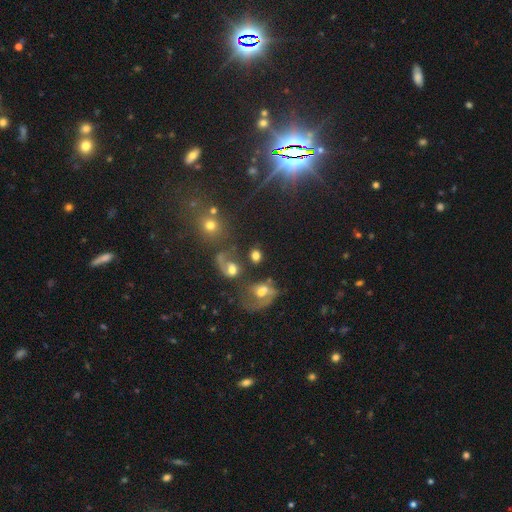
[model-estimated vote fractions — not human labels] smooth-or-featured: smooth: 66% | featured or disk: 18% | star or artifact: 16%
  how-rounded: round: 51% | in between: 47% | cigar-shaped: 2%
  merging: none: 42% | merger: 29% | major disturbance: 15% | minor disturbance: 14%